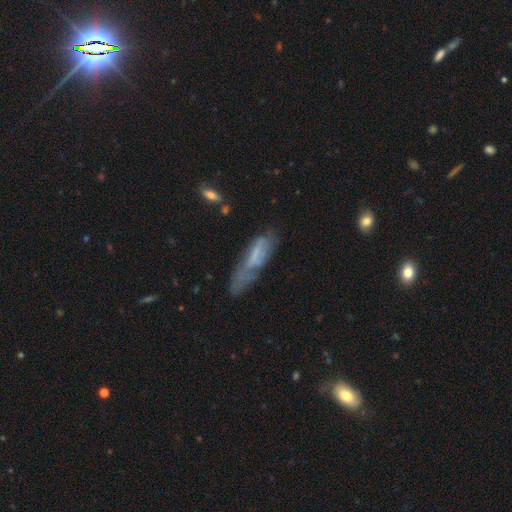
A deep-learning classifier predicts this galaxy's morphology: smooth 46%, featured or disk 44%, star or artifact 10%. Down the decision tree: merging — none (38%).